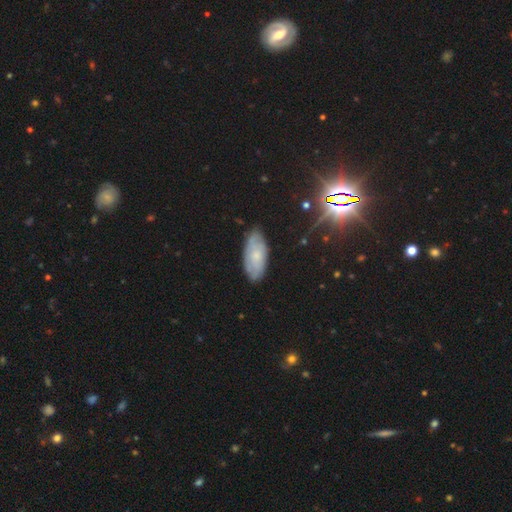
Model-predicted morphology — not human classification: The model was most divided on "smooth or featured": smooth: 47%, featured or disk: 42%, star or artifact: 10%. More confident: merging — none (79%).